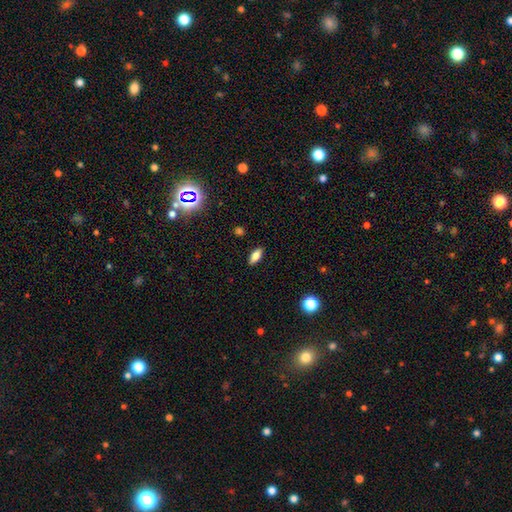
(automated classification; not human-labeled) A smooth galaxy with no disk features (70%) that is in between round and cigar-shaped (82%). Merging: none (89%).